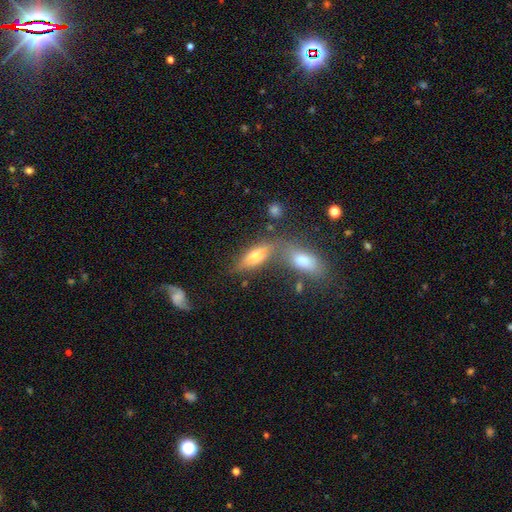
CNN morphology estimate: This is likely a smooth galaxy (61%). How rounded: likely in between (70%). Merging: marginally merger (43%).